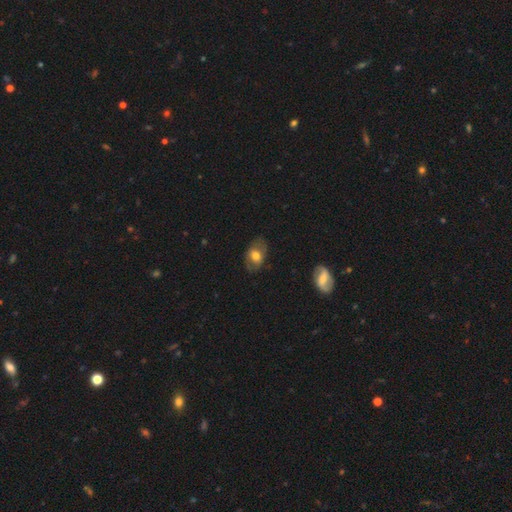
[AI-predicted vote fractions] This is possibly a smooth galaxy (57%). How rounded: clearly in between (81%). Merging: likely none (72%).